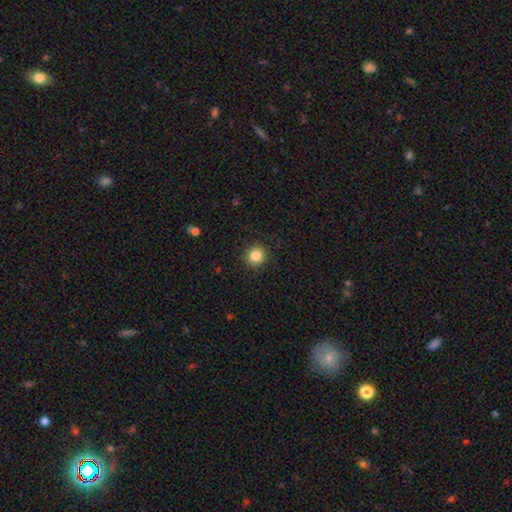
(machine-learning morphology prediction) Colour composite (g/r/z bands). It shows a smooth galaxy with no disk features (86%) that is round (93%). Merging: none (91%).